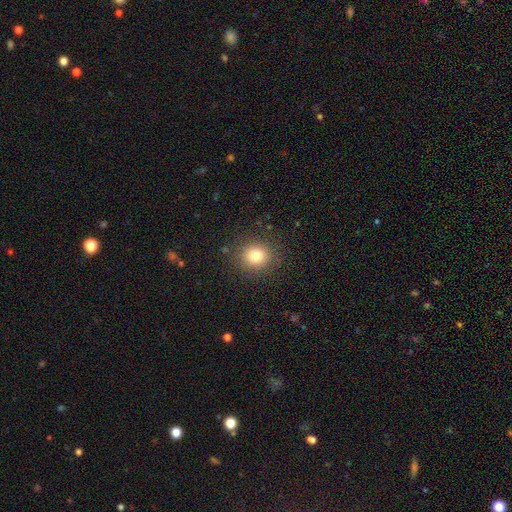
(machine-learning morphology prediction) A smooth galaxy with no disk features (79%) that is round (84%). Merging: none (88%).